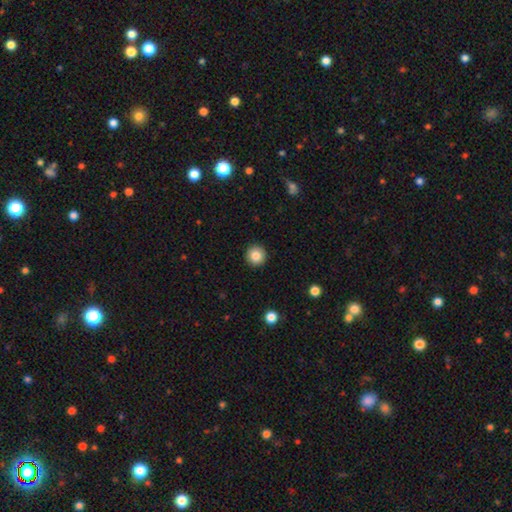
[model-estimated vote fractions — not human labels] A smooth galaxy with no disk features (84%) that is round (95%). Merging: none (93%).